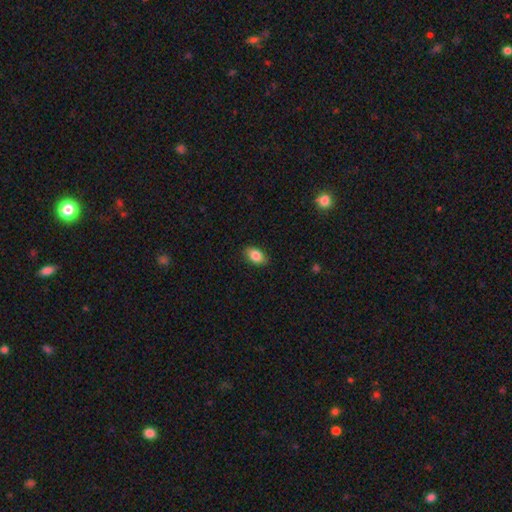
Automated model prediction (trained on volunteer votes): Q: Smooth or featured?
A: smooth (85%); runner-up: featured or disk (8%)
Q: How rounded?
A: in between (88%); runner-up: round (10%)
Q: Merging?
A: none (86%); runner-up: minor disturbance (11%)